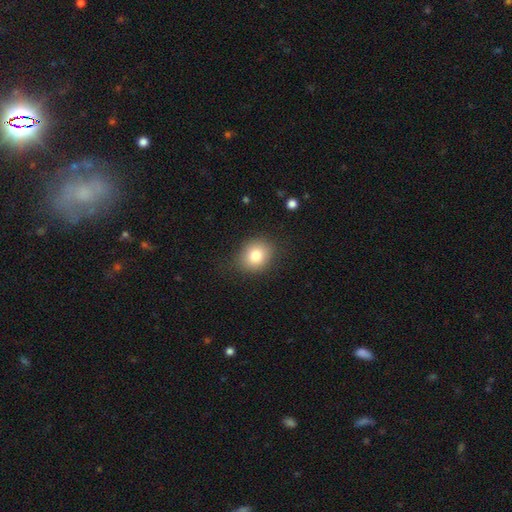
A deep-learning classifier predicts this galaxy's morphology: Smooth or featured?
  - smooth: 80% *
  - star or artifact: 11%
  - featured or disk: 10%
How rounded?
  - round: 68% *
  - in between: 31%
  - cigar-shaped: 1%
Merging?
  - none: 83% *
  - minor disturbance: 12%
  - major disturbance: 4%
  - merger: 1%